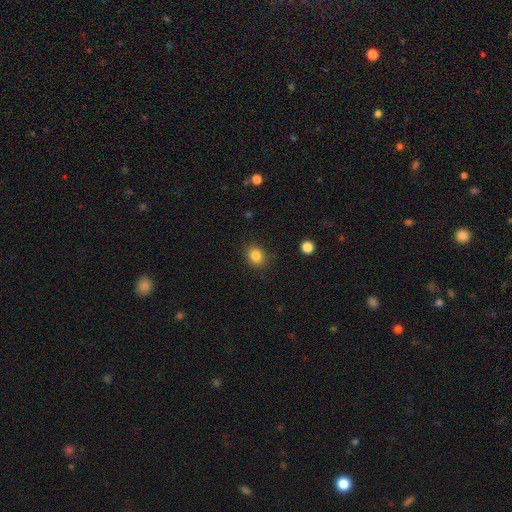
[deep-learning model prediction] The model was most divided on "how rounded": round: 66%, in between: 33%, cigar-shaped: 1%. More confident: merging — none (87%); smooth or featured — smooth (84%).